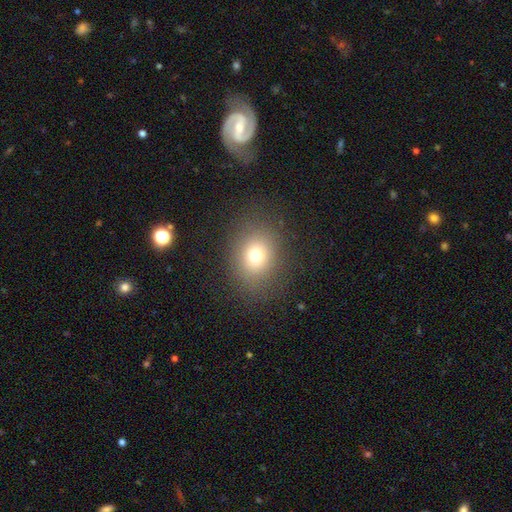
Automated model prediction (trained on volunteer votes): Q: Smooth or featured?
A: smooth (73%); runner-up: star or artifact (16%)
Q: How rounded?
A: round (61%); runner-up: in between (38%)
Q: Merging?
A: none (84%); runner-up: minor disturbance (9%)